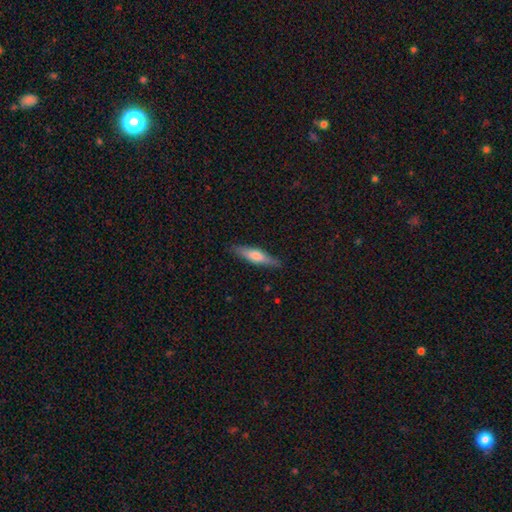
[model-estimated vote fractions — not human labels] smooth 59%, featured or disk 35%, star or artifact 6%. Down the decision tree: how rounded — cigar-shaped (77%); merging — none (88%).